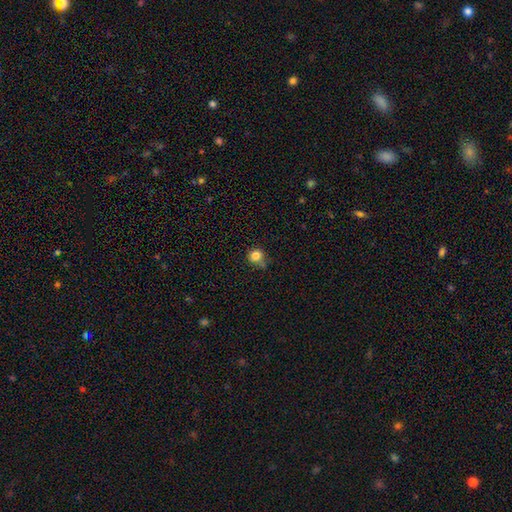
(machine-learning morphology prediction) Q: Smooth or featured?
A: smooth (83%); runner-up: star or artifact (12%)
Q: How rounded?
A: round (87%); runner-up: in between (12%)
Q: Merging?
A: none (61%); runner-up: minor disturbance (23%)